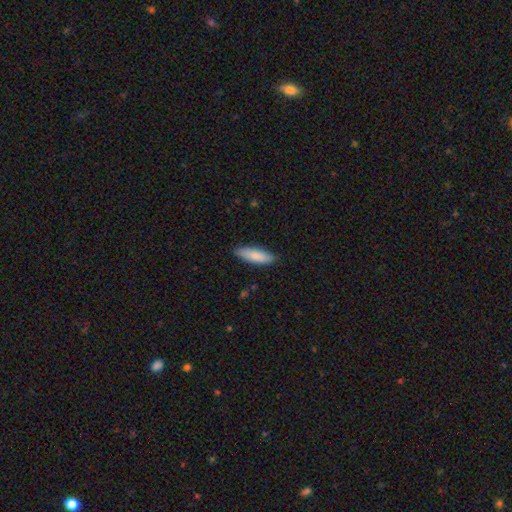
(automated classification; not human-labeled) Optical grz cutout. It shows a smooth galaxy with no disk features (86%) that is cigar-shaped (54%). Merging: none (85%).